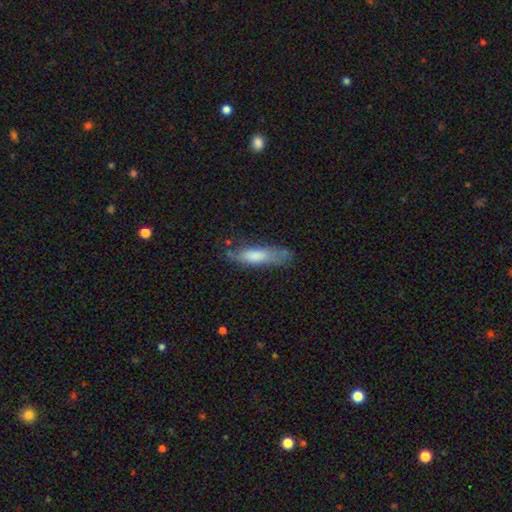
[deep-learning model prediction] A smooth galaxy with no disk features (68%) that is cigar-shaped (68%).

Vote fractions:
- Smooth or featured? smooth: 68% / featured or disk: 26% / star or artifact: 6%
- How rounded? cigar-shaped: 68% / in between: 30% / round: 2%
- Merging? none: 61% / minor disturbance: 27% / major disturbance: 9% / merger: 3%